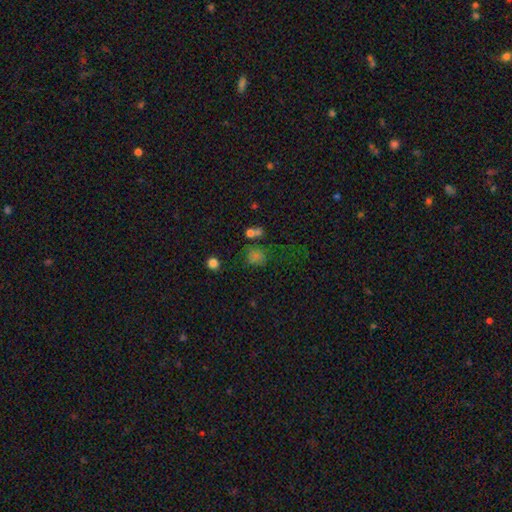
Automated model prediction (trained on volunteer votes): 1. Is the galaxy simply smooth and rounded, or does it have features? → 54% smooth, 37% star or artifact, 10% featured or disk.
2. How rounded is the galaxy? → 78% round, 20% in between, 1% cigar-shaped.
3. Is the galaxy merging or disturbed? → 63% none, 16% minor disturbance, 12% merger, 10% major disturbance.